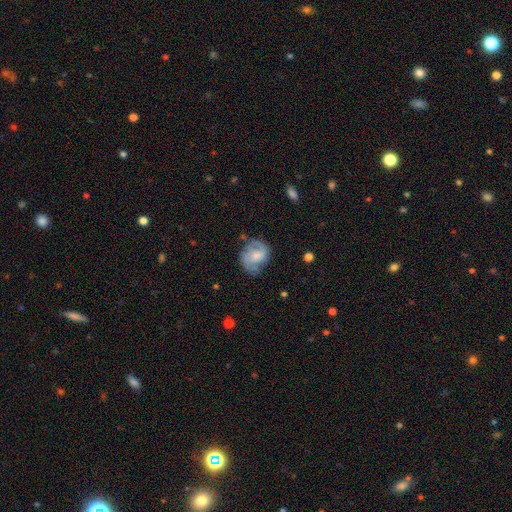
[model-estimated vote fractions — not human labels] Smooth or featured? featured or disk (72%)
Edge-on disk? no (98%)
Bar? no (54%)
Spiral arms? yes (91%)
Spiral winding? medium (48%)
Spiral arm count? 2 (79%)
Bulge size? small (46%)
Merging? none (65%)